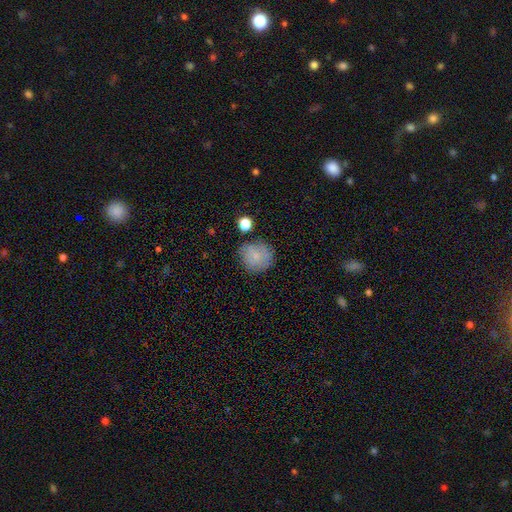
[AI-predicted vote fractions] The model was most divided on "merging": none: 71%, minor disturbance: 19%, major disturbance: 5%, merger: 5%. More confident: how rounded — round (85%); smooth or featured — smooth (75%).